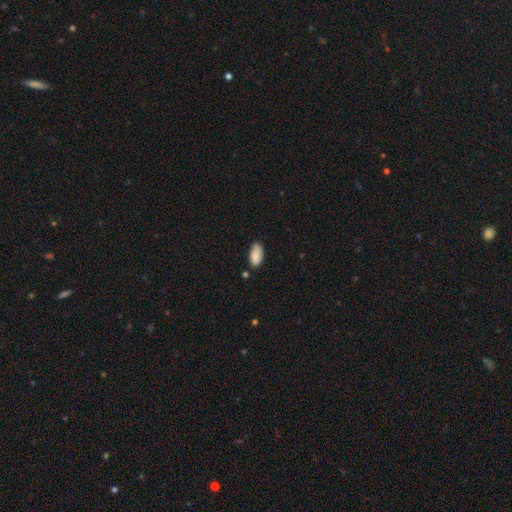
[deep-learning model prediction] Q: Smooth or featured?
A: smooth (87%); runner-up: star or artifact (7%)
Q: How rounded?
A: in between (93%); runner-up: cigar-shaped (4%)
Q: Merging?
A: none (75%); runner-up: minor disturbance (19%)